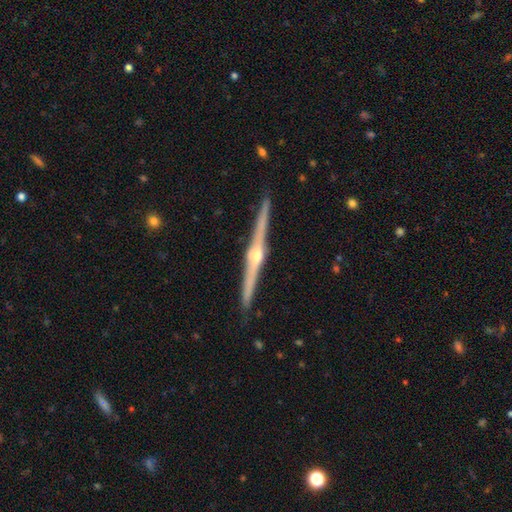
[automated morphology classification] smooth-or-featured: featured or disk: 86% | smooth: 9% | star or artifact: 5%
  disk-edge-on: yes: 99% | no: 1%
    edge-on-bulge: rounded: 94% | boxy: 3% | none: 3%
  merging: none: 91% | minor disturbance: 6% | major disturbance: 1% | merger: 1%